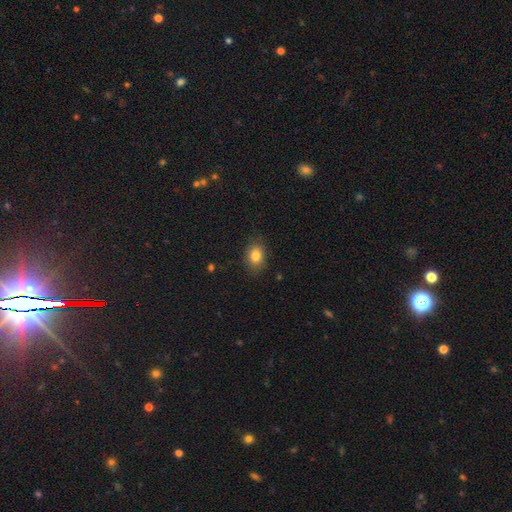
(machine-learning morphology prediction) Smooth or featured? Predicted: smooth (p=0.83). How rounded? Predicted: in between (p=0.67). Merging? Predicted: none (p=0.81).